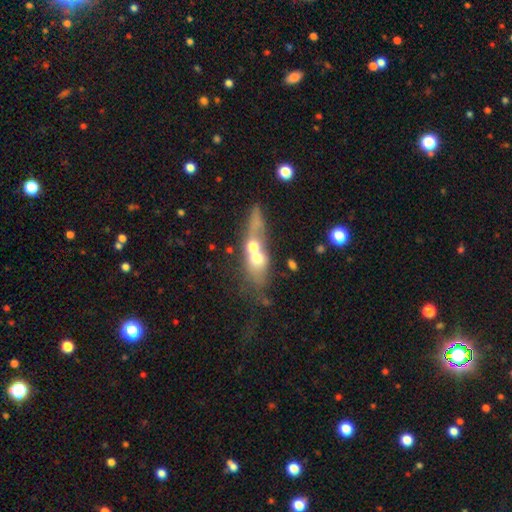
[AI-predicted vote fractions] A smooth galaxy with no disk features (48%).

Vote fractions:
- Smooth or featured? smooth: 48% / featured or disk: 41% / star or artifact: 11%
- Merging? merger: 56% / none: 26% / minor disturbance: 10% / major disturbance: 9%